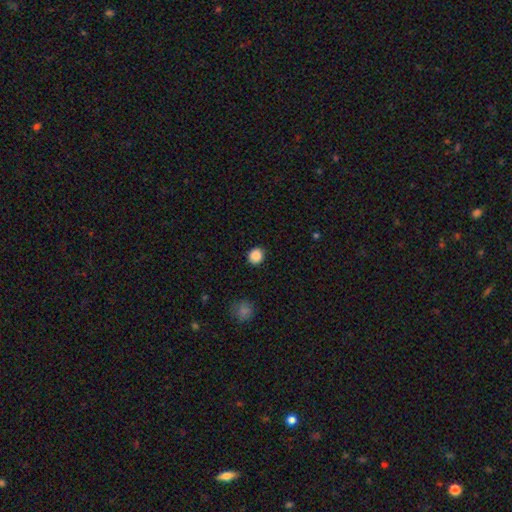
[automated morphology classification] Smooth or featured? smooth (88%)
How rounded? round (87%)
Merging? none (91%)